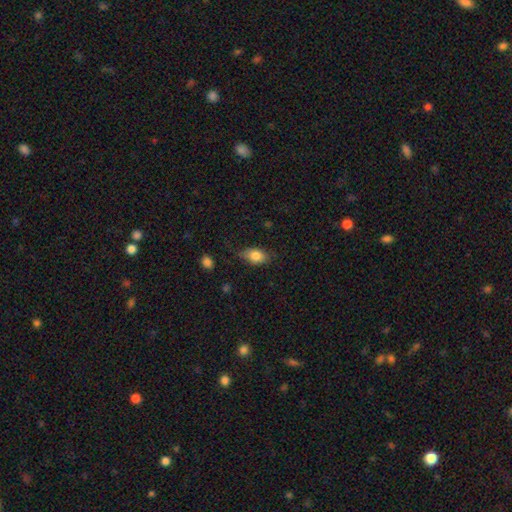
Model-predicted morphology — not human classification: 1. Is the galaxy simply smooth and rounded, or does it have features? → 82% smooth, 10% featured or disk, 8% star or artifact.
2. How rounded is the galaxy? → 85% in between, 12% round, 3% cigar-shaped.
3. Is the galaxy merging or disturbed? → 72% none, 22% minor disturbance, 5% major disturbance, 1% merger.